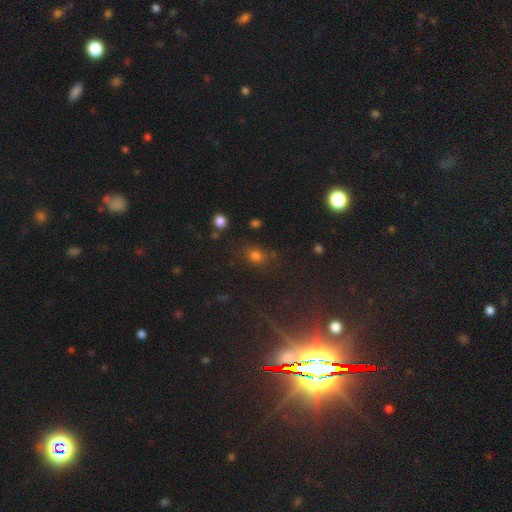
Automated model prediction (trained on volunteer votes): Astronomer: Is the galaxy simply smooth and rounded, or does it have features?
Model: smooth — 61%.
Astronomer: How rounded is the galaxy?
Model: round — 67%.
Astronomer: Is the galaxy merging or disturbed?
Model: none — 78%.